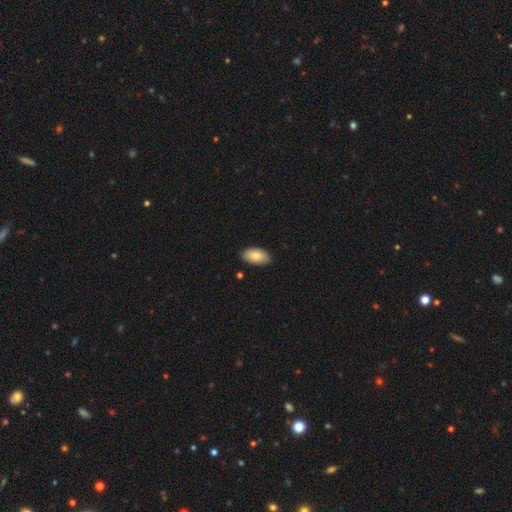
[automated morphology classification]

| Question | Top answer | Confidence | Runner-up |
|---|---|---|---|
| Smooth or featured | smooth | 79% | featured or disk (14%) |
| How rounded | in between | 95% | round (4%) |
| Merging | none | 81% | minor disturbance (16%) |